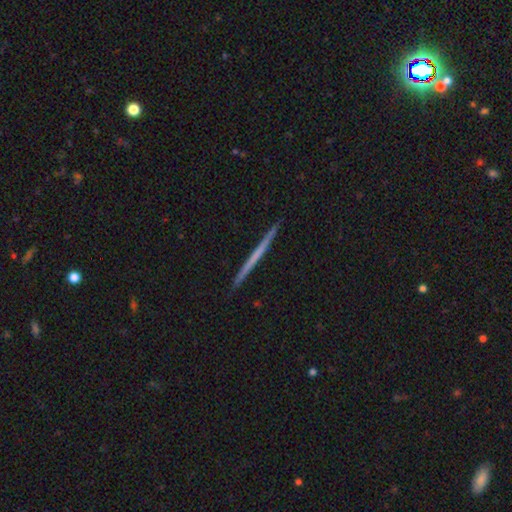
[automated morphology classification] Smooth or featured? Predicted: featured or disk (p=0.57). Edge-on disk? Predicted: yes (p=0.98). Edge-on bulge? Predicted: none (p=0.91). Merging? Predicted: none (p=0.93).